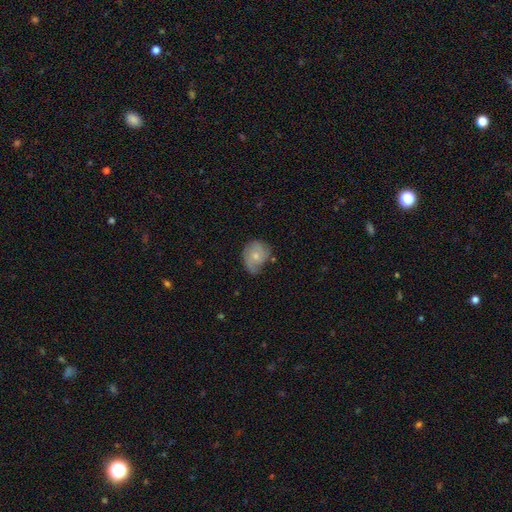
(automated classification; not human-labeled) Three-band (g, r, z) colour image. It shows a smooth galaxy with no disk features (50%). Merging: none (44%).